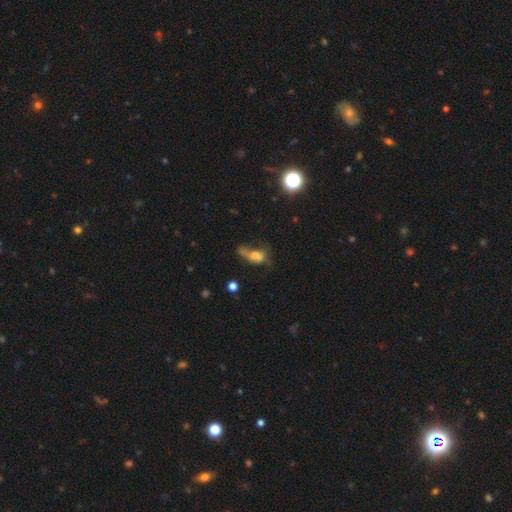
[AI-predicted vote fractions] Smooth or featured?
  - smooth: 56% *
  - featured or disk: 29%
  - star or artifact: 14%
How rounded?
  - in between: 77% *
  - cigar-shaped: 12%
  - round: 10%
Merging?
  - major disturbance: 46% *
  - none: 23%
  - minor disturbance: 22%
  - merger: 10%